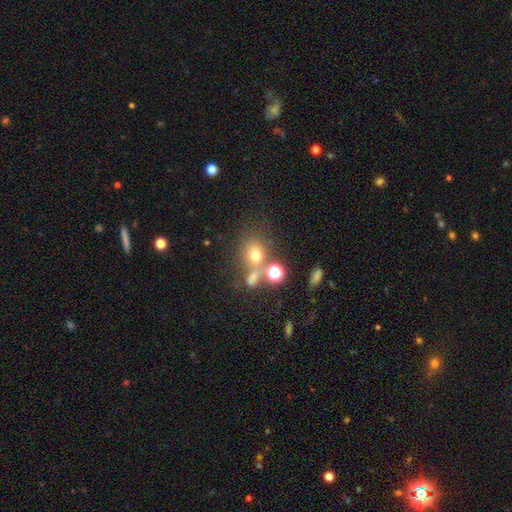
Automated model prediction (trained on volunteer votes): This appears to be a smooth galaxy with no disk features (64%) that is round (68%). Merging: none (53%).